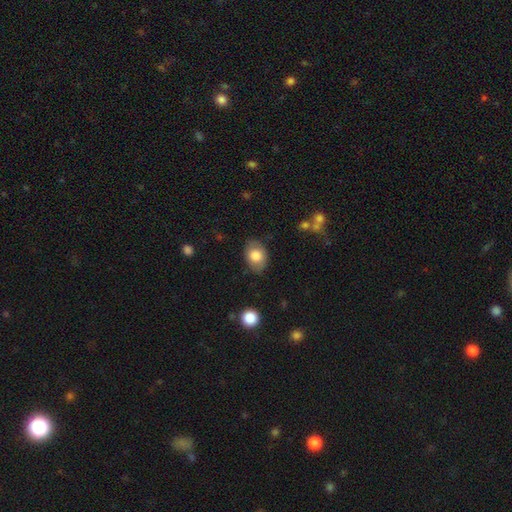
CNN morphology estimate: smooth-or-featured: smooth: 78% | featured or disk: 15% | star or artifact: 7%
  how-rounded: in between: 74% | round: 25% | cigar-shaped: 1%
  merging: none: 80% | minor disturbance: 15% | major disturbance: 4% | merger: 1%